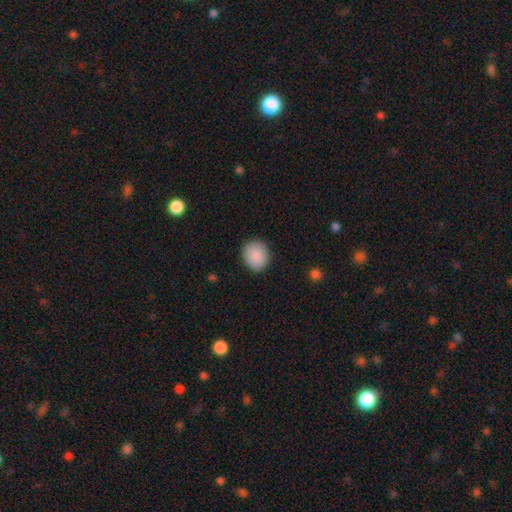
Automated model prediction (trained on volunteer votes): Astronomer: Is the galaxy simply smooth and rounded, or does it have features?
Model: smooth — 89%.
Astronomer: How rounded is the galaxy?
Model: round — 78%.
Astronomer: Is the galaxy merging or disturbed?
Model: none — 88%.